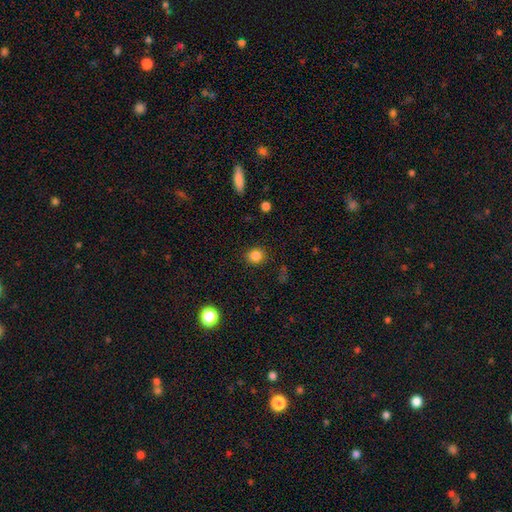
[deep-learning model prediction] This is clearly a smooth galaxy (84%). How rounded: likely round (80%). Merging: clearly none (88%).